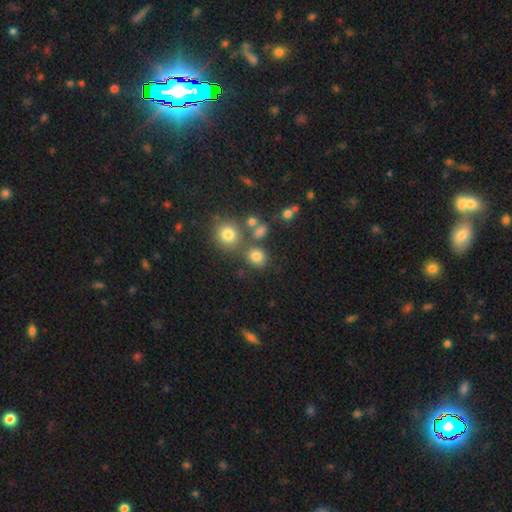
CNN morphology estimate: This is likely a smooth galaxy (77%). How rounded: likely round (75%). Merging: likely none (68%).